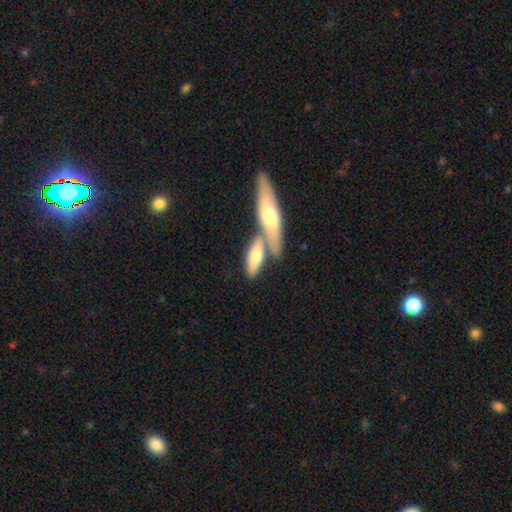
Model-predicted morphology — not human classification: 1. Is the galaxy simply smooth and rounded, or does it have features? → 70% smooth, 25% featured or disk, 5% star or artifact.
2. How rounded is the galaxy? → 54% in between, 43% cigar-shaped, 3% round.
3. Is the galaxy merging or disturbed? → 43% merger, 41% none, 11% minor disturbance, 4% major disturbance.